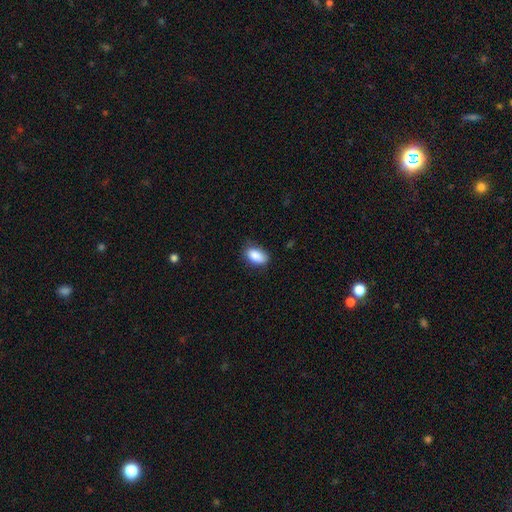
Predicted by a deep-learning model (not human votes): smooth_or_featured: smooth (p=0.88) [alt: star or artifact p=0.07]
how_rounded: in between (p=0.92) [alt: round p=0.06]
merging: none (p=0.77) [alt: minor disturbance p=0.18]